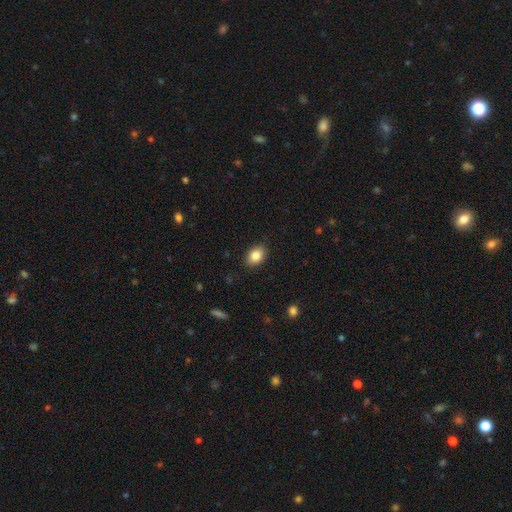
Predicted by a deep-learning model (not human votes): The model was most divided on "how rounded": in between: 72%, round: 27%, cigar-shaped: 1%. More confident: merging — none (87%); smooth or featured — smooth (85%).